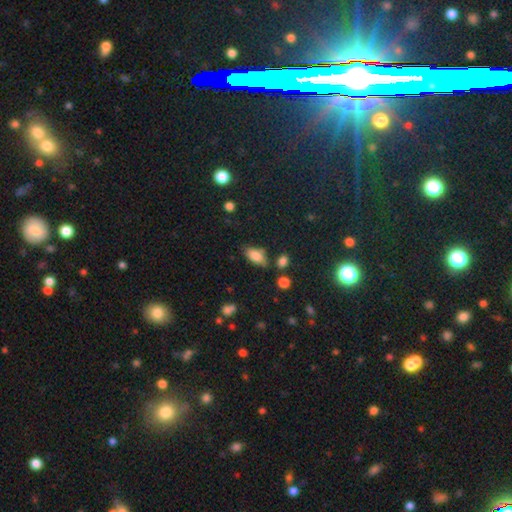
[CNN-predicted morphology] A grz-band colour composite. It shows a smooth galaxy with no disk features (81%) that is in between round and cigar-shaped (87%). Merging: none (66%).